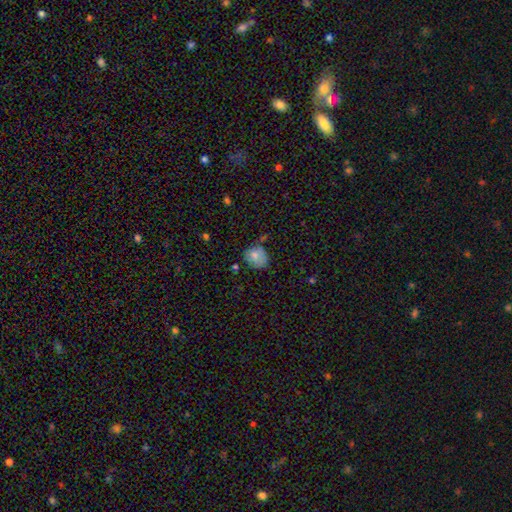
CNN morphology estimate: smooth_or_featured: smooth (p=0.78) [alt: featured or disk p=0.13]
how_rounded: round (p=0.65) [alt: in between p=0.34]
merging: none (p=0.57) [alt: minor disturbance p=0.28]